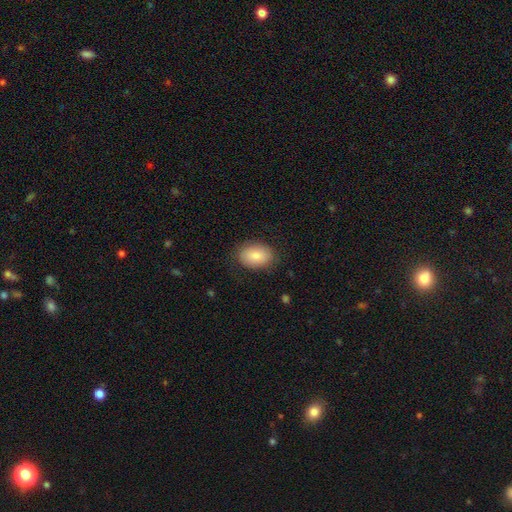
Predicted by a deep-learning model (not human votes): smooth_or_featured: smooth (p=0.85) [alt: featured or disk p=0.09]
how_rounded: in between (p=0.83) [alt: round p=0.16]
merging: none (p=0.82) [alt: minor disturbance p=0.13]